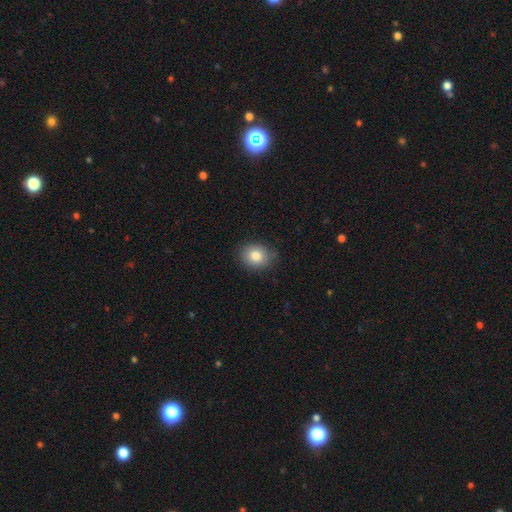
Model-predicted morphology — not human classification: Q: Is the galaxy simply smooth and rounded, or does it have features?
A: smooth — 83%.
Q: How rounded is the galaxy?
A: round — 66%.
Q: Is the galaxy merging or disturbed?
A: none — 85%.